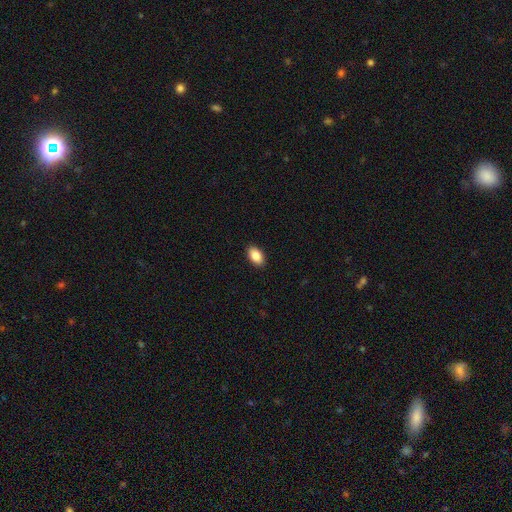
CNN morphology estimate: Smooth or featured? smooth (88%)
How rounded? in between (93%)
Merging? none (90%)